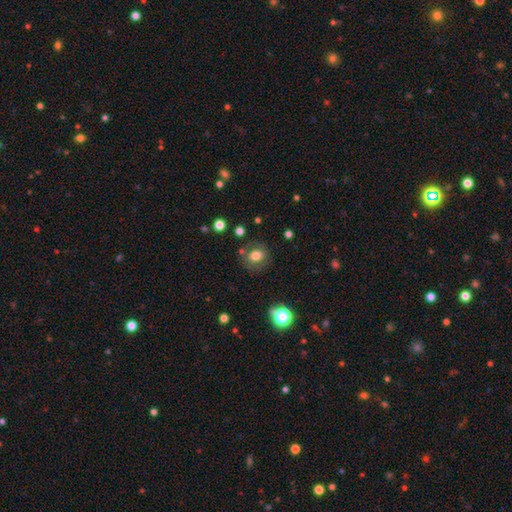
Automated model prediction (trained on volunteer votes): This is likely a smooth galaxy (69%). How rounded: likely round (68%). Merging: likely none (76%).